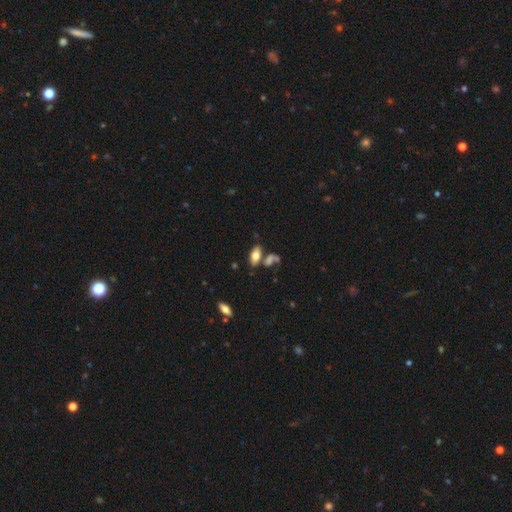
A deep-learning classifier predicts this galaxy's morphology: Smooth or featured? Predicted: smooth (p=0.73). How rounded? Predicted: in between (p=0.85). Merging? Predicted: none (p=0.64).